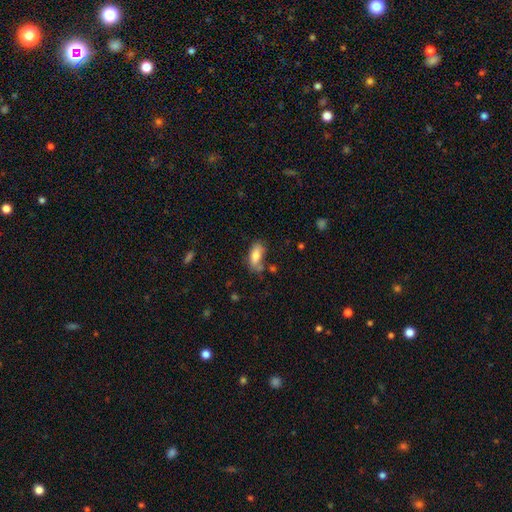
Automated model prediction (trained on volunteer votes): Morphology: type=smooth (79%); roundness=in between (85%); merging=none (58%).